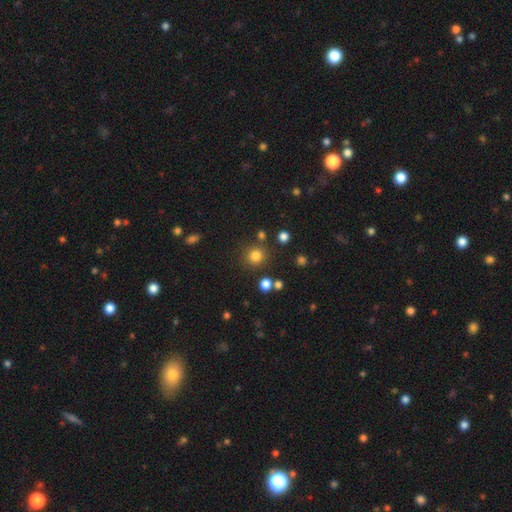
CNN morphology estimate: A smooth galaxy with no disk features (80%) that is round (91%).

Vote fractions:
- Smooth or featured? smooth: 80% / star or artifact: 15% / featured or disk: 5%
- How rounded? round: 91% / in between: 8% / cigar-shaped: 1%
- Merging? none: 82% / minor disturbance: 8% / merger: 6% / major disturbance: 4%